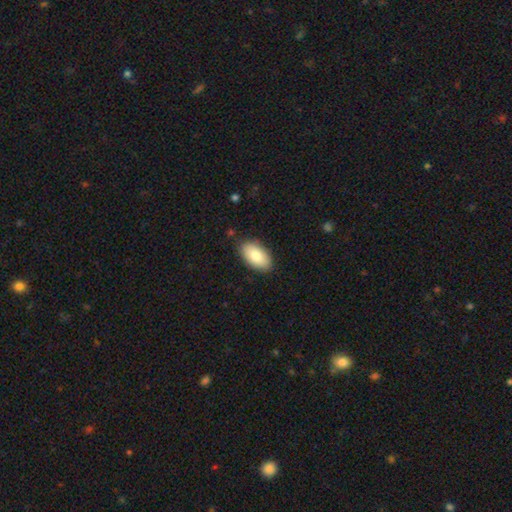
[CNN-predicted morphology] Smooth or featured?
  - smooth: 82% *
  - featured or disk: 12%
  - star or artifact: 6%
How rounded?
  - in between: 95% *
  - round: 3%
  - cigar-shaped: 2%
Merging?
  - none: 86% *
  - minor disturbance: 11%
  - major disturbance: 2%
  - merger: 1%